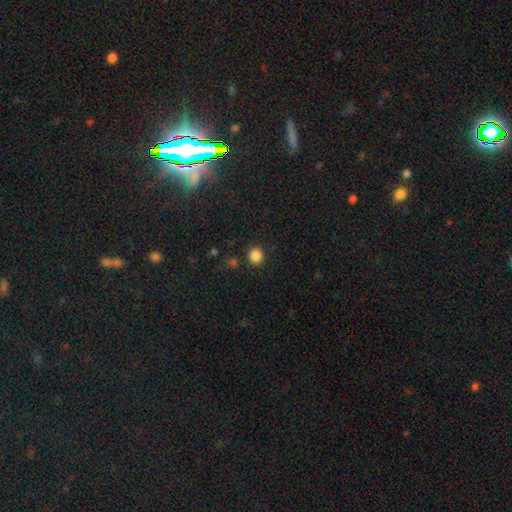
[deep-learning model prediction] This is clearly a smooth galaxy (85%). How rounded: clearly round (90%). Merging: clearly none (89%).